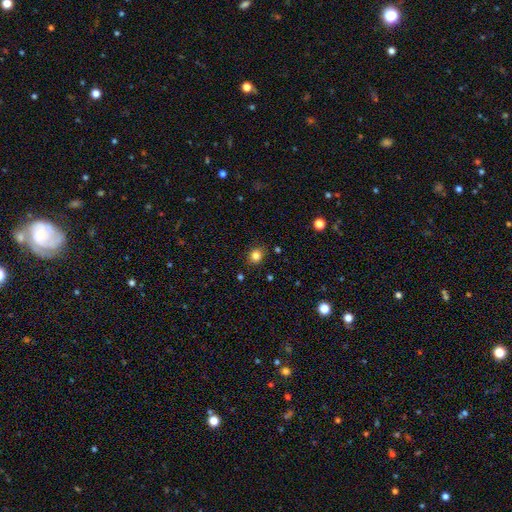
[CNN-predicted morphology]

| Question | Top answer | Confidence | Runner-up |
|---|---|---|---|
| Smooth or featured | smooth | 83% | star or artifact (12%) |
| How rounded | round | 73% | in between (26%) |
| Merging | none | 86% | minor disturbance (10%) |